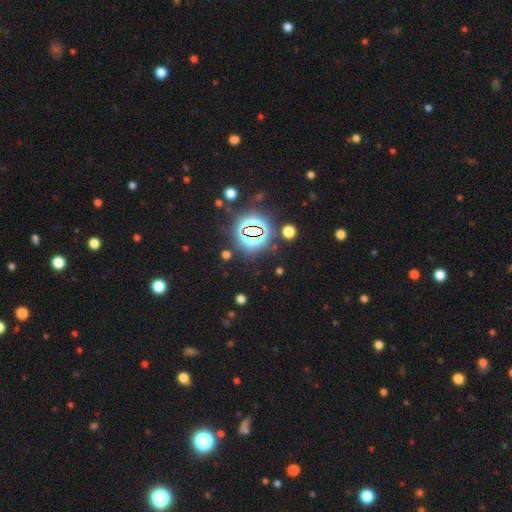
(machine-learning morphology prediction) Smooth or featured?
  - star or artifact: 82% *
  - smooth: 10%
  - featured or disk: 8%